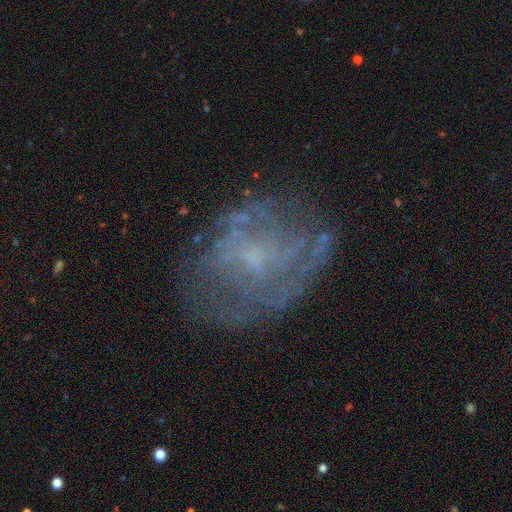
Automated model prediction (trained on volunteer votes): Morphology: type=featured or disk (67%); edge-on=no (97%); bar=no (75%); spiral arms=yes (55%); bulge=small (61%); merging=none (65%).